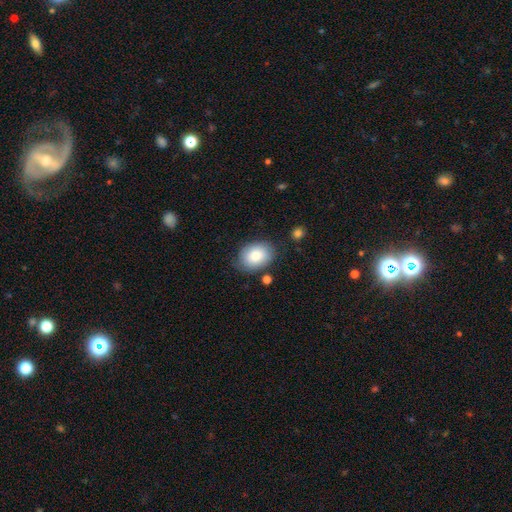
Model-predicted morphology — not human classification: A smooth galaxy with no disk features (82%) that is in between round and cigar-shaped (74%).

Vote fractions:
- Smooth or featured? smooth: 82% / featured or disk: 11% / star or artifact: 7%
- How rounded? in between: 74% / round: 25% / cigar-shaped: 1%
- Merging? none: 77% / minor disturbance: 16% / major disturbance: 4% / merger: 3%